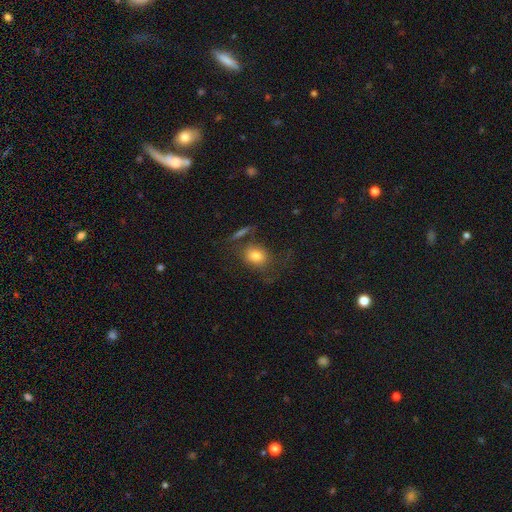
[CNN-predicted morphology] Overall: smooth (75%). How rounded: round (53%; in between 45%). Merging: none (55%; minor disturbance 19%).